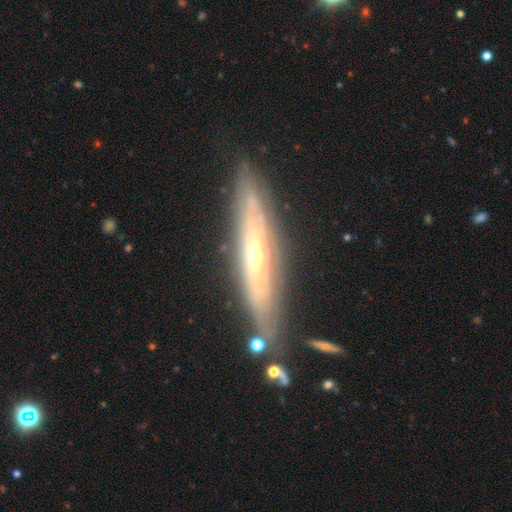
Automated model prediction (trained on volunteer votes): Morphology: type=featured or disk (76%); edge-on=yes (64%); merging=none (78%).